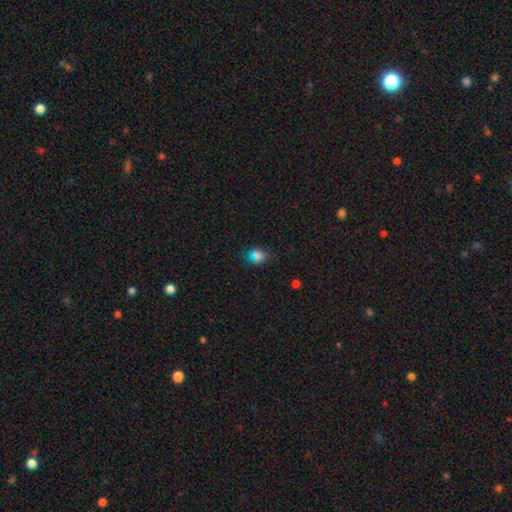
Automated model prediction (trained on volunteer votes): Smooth or featured: smooth — 68% (star or artifact — 24%)
How rounded: in between — 62% (round — 35%)
Merging: none — 79% (minor disturbance — 14%)